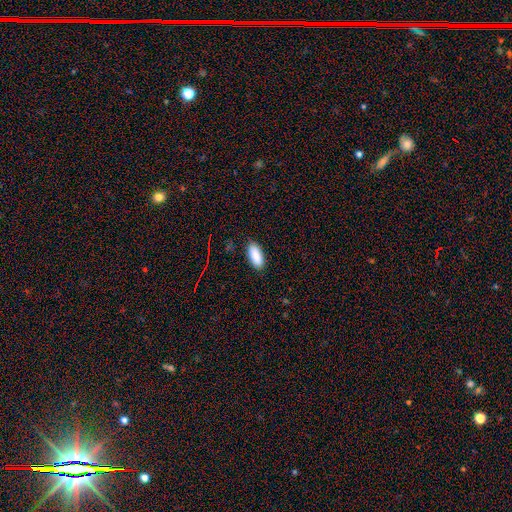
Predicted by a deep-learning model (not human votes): This appears to be a smooth galaxy with no disk features (89%) that is in between round and cigar-shaped (87%). Merging: none (86%).